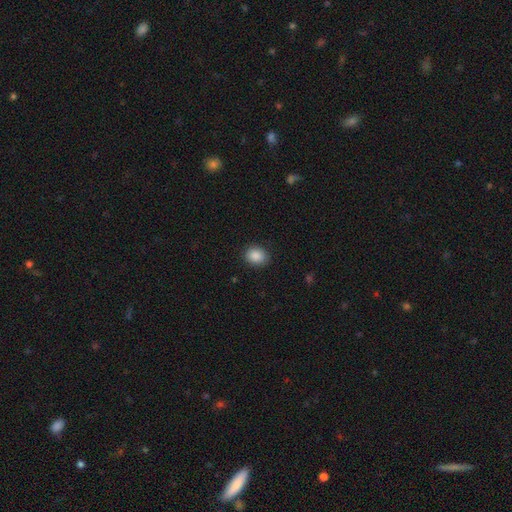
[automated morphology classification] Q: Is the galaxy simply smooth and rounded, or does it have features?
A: smooth — 88%.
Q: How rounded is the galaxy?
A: round — 50%.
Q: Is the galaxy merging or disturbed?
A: none — 89%.